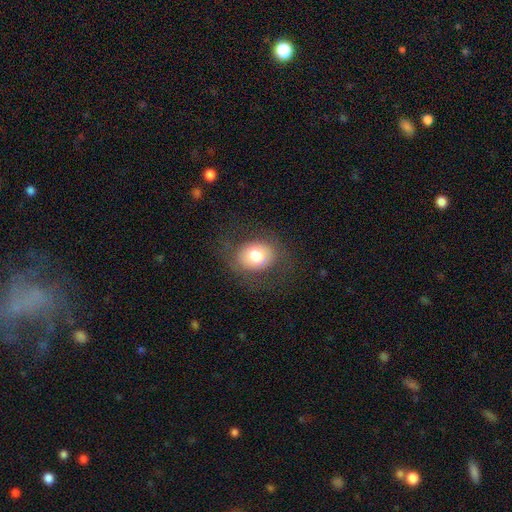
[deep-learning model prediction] smooth 72%, featured or disk 18%, star or artifact 9%. Down the decision tree: how rounded — round (53%); merging — none (75%).